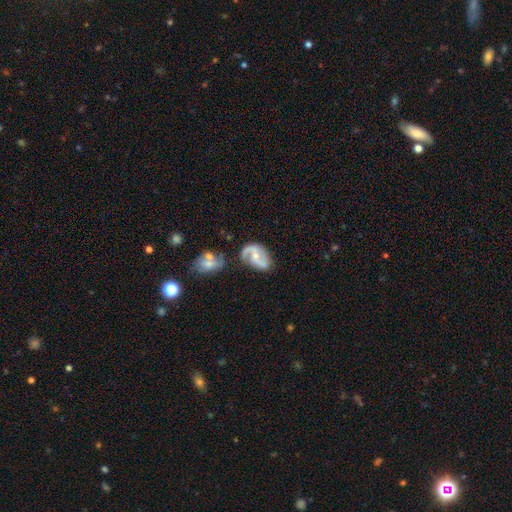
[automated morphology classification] type=featured or disk (79%); edge-on=no (97%); bar=no (42%); spiral arms=yes (92%); winding=loose (51%); arm count=2 (84%); bulge=small (51%); merging=none (50%).